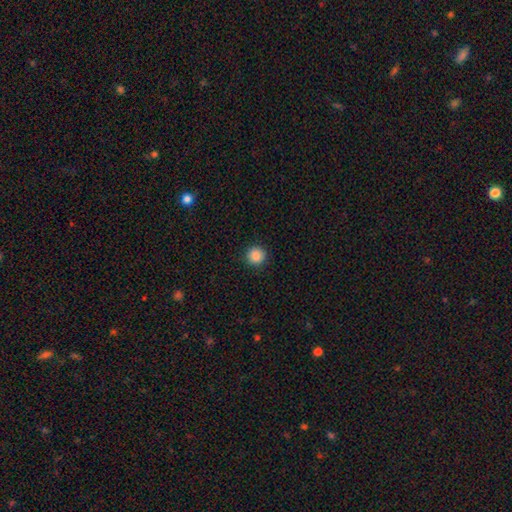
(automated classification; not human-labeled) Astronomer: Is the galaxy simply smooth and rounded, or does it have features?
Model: smooth — 87%.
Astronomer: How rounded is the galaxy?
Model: round — 95%.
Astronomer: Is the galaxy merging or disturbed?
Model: none — 92%.